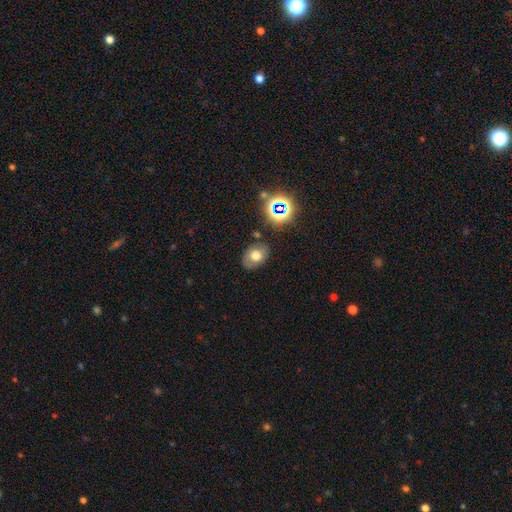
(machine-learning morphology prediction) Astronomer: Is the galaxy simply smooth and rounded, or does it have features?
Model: smooth — 65%.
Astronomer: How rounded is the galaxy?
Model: in between — 68%.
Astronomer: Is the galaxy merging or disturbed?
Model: none — 75%.